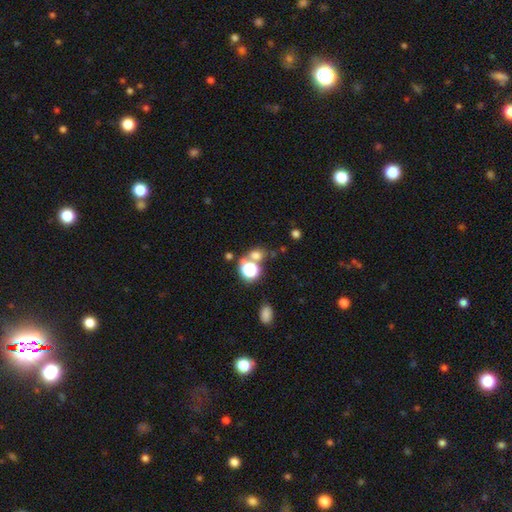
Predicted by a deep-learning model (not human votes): Morphology: type=smooth (65%); roundness=round (64%); merging=none (55%).